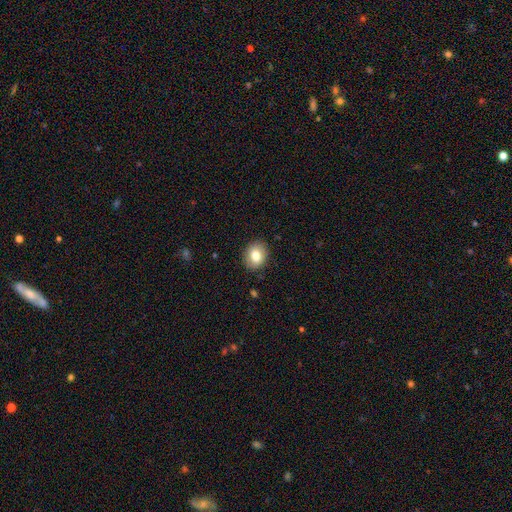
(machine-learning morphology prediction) Overall: smooth (81%). How rounded: round (51%; in between 48%). Merging: none (88%).